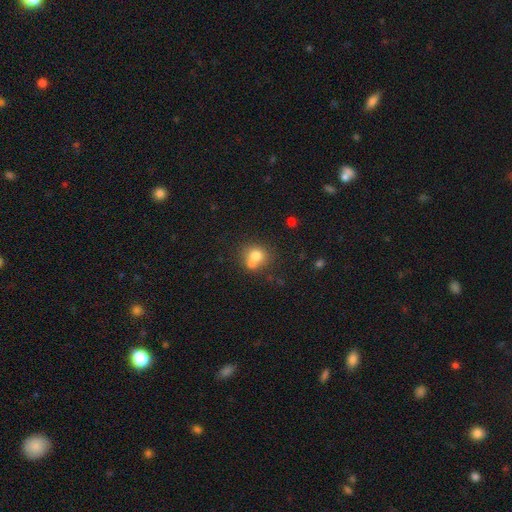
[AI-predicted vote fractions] Smooth or featured? smooth (72%)
How rounded? round (79%)
Merging? merger (44%)